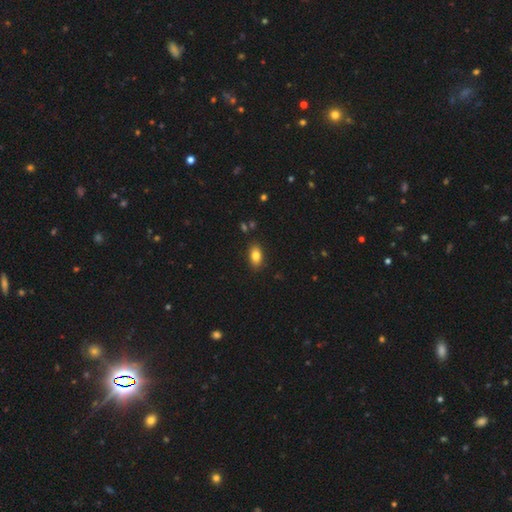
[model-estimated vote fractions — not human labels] A smooth galaxy with no disk features (82%) that is in between round and cigar-shaped (88%). Merging: none (86%).